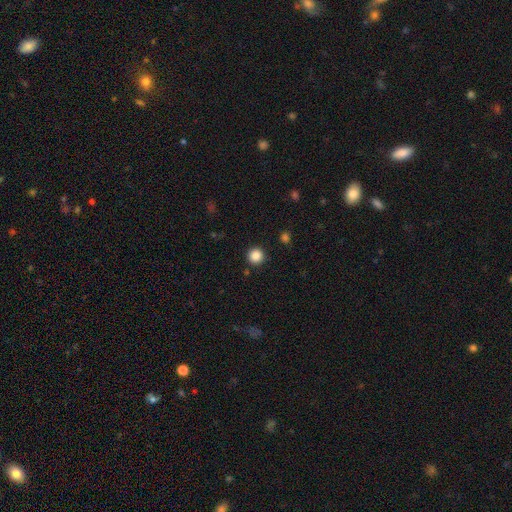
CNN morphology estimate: Smooth or featured? Predicted: smooth (p=0.86). How rounded? Predicted: round (p=0.96). Merging? Predicted: none (p=0.92).